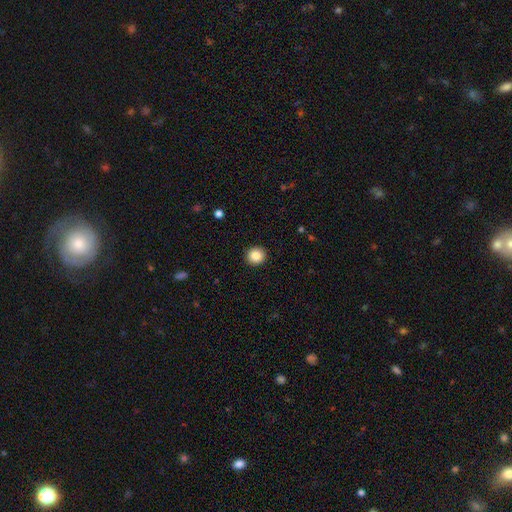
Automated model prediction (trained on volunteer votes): Smooth or featured? smooth (85%)
How rounded? round (94%)
Merging? none (93%)